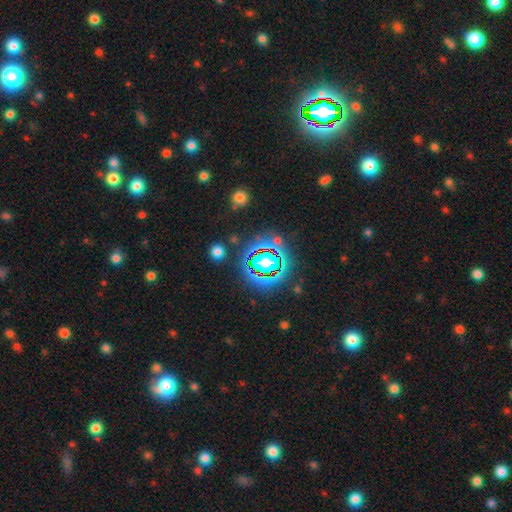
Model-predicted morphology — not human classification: The model was most divided on "smooth or featured": star or artifact: 79%, smooth: 13%, featured or disk: 9%.